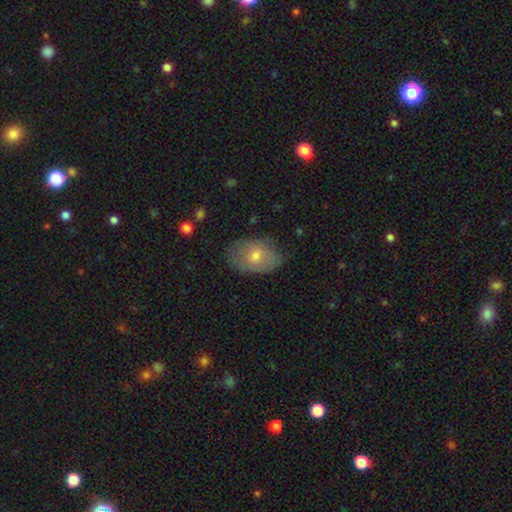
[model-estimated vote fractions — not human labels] Overall: smooth (63%; featured or disk 30%). How rounded: in between (81%). Merging: none (71%).